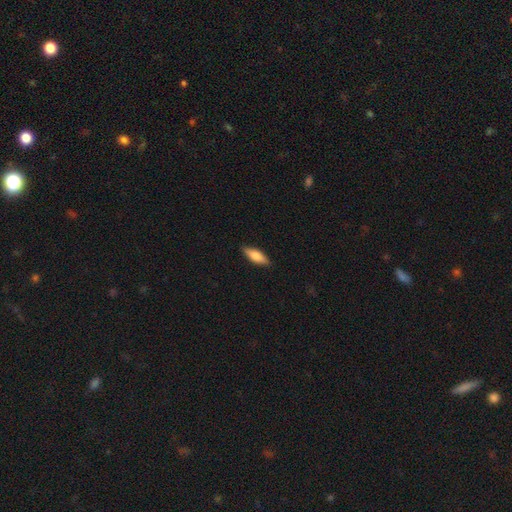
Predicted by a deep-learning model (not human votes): The model was most divided on "how rounded": in between: 60%, cigar-shaped: 38%, round: 2%. More confident: merging — none (88%); smooth or featured — smooth (74%).